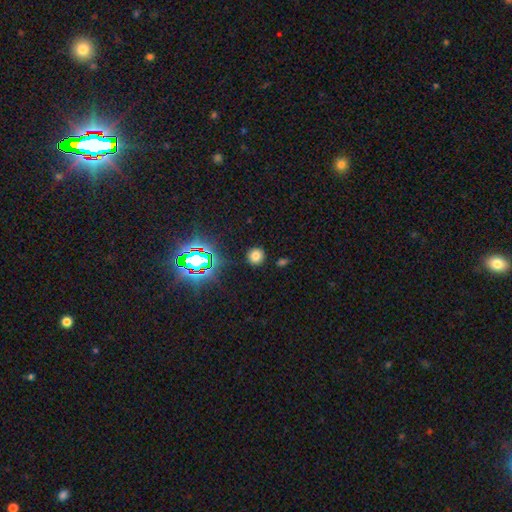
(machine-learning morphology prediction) Q: Smooth or featured?
A: smooth (72%); runner-up: star or artifact (22%)
Q: How rounded?
A: round (92%); runner-up: in between (7%)
Q: Merging?
A: none (89%); runner-up: minor disturbance (6%)